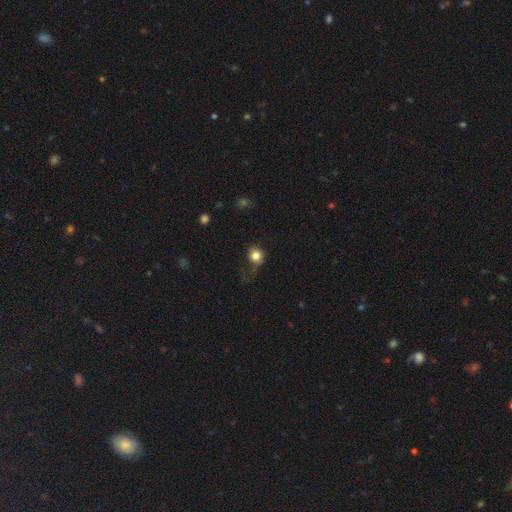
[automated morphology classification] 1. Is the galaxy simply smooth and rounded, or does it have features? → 81% smooth, 10% star or artifact, 9% featured or disk.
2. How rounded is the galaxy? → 85% round, 14% in between, 1% cigar-shaped.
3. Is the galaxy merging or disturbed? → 47% none, 27% major disturbance, 23% minor disturbance, 3% merger.